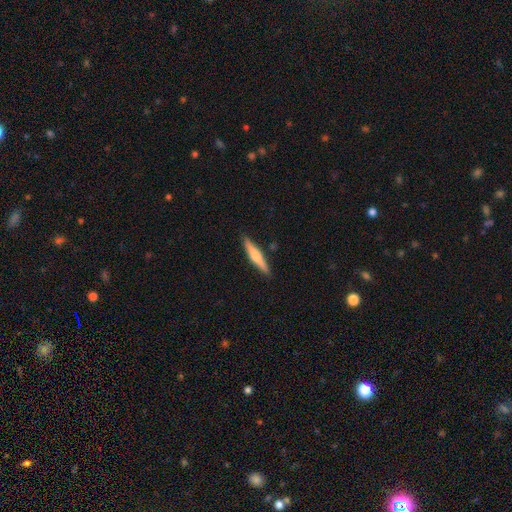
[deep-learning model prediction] Q: Smooth or featured?
A: smooth (50%); runner-up: featured or disk (45%)
Q: Merging?
A: none (89%); runner-up: minor disturbance (8%)